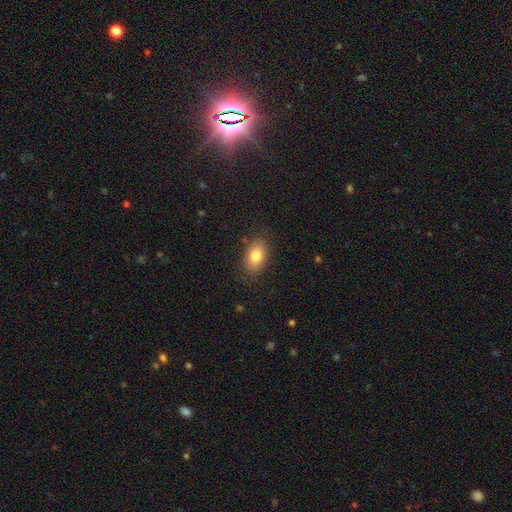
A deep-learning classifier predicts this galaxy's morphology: A smooth galaxy with no disk features (82%) that is in between round and cigar-shaped (88%). Merging: none (84%).